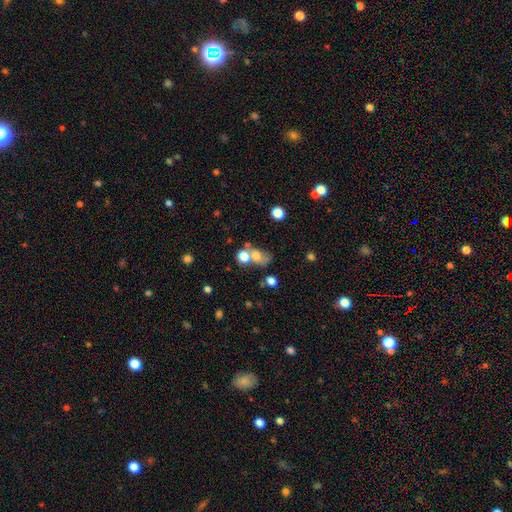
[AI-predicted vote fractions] smooth_or_featured: smooth (p=0.69) [alt: featured or disk p=0.16]
how_rounded: in between (p=0.56) [alt: round p=0.42]
merging: merger (p=0.42) [alt: none p=0.31]